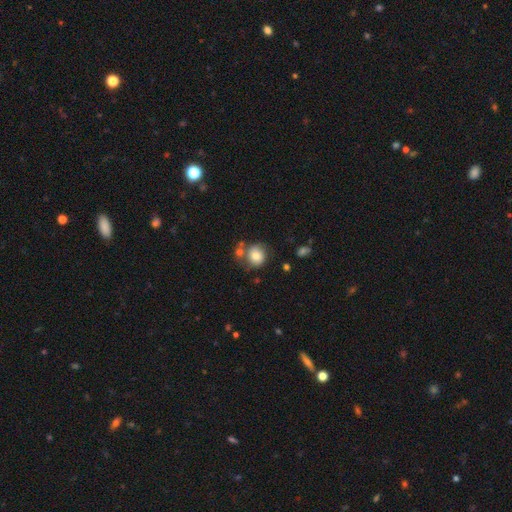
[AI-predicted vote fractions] Smooth or featured? Predicted: smooth (p=0.72). How rounded? Predicted: round (p=0.81). Merging? Predicted: none (p=0.57).